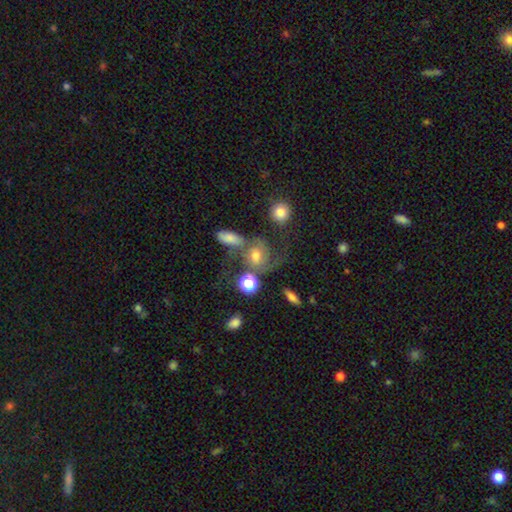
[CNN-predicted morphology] smooth-or-featured: smooth: 47% | featured or disk: 39% | star or artifact: 14%
  merging: none: 34% | merger: 26% | major disturbance: 22% | minor disturbance: 18%